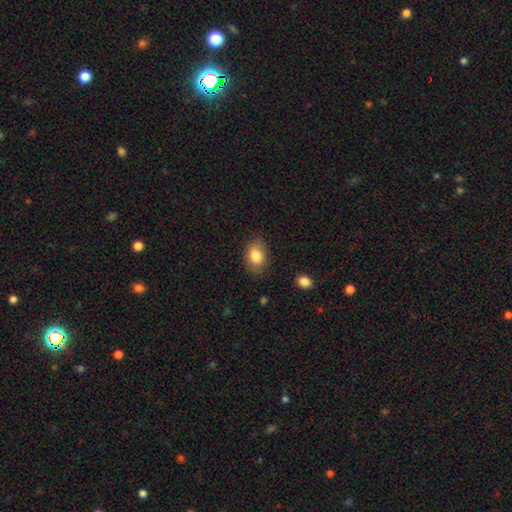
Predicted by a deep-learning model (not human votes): smooth-or-featured: smooth: 83% | featured or disk: 8% | star or artifact: 8%
  how-rounded: in between: 77% | round: 21% | cigar-shaped: 1%
  merging: none: 81% | minor disturbance: 14% | major disturbance: 4% | merger: 1%